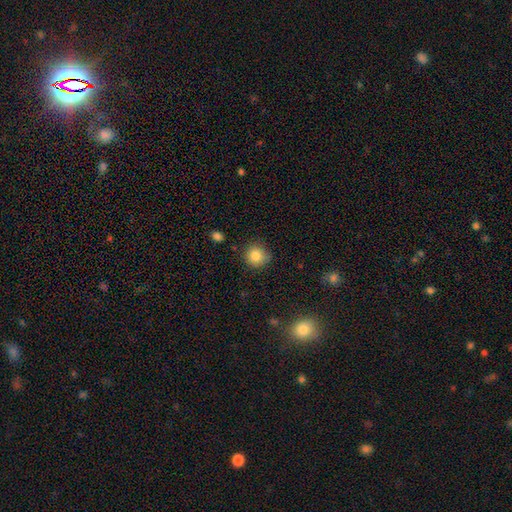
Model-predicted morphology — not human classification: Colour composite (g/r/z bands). It shows a smooth galaxy with no disk features (84%) that is round (90%). Merging: none (81%).